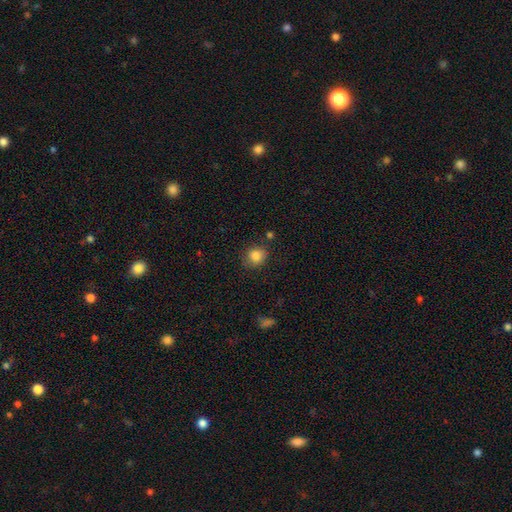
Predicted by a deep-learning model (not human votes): Morphology: type=smooth (83%); roundness=round (77%); merging=none (81%).